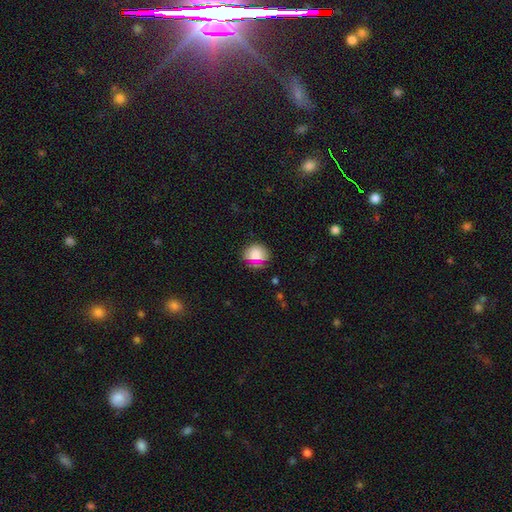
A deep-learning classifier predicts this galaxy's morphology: type=smooth (78%); roundness=round (74%); merging=none (75%).